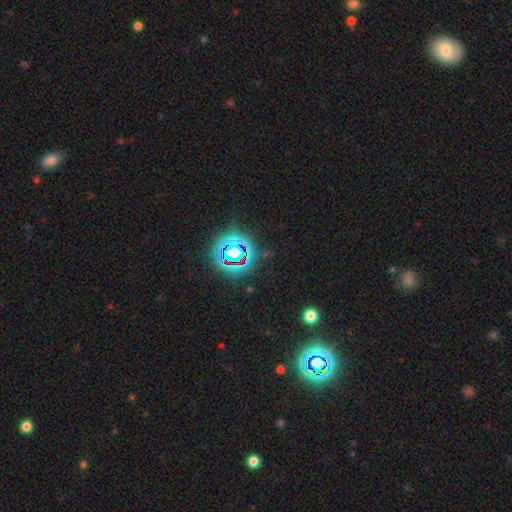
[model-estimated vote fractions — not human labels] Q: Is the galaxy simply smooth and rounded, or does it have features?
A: star or artifact — 77%.